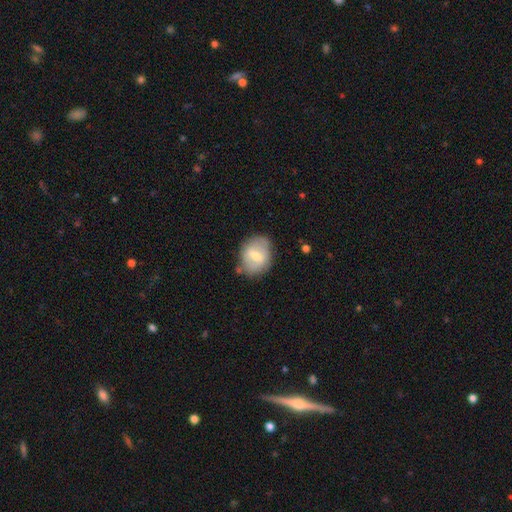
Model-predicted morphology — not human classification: type=smooth (51%); roundness=round (49%, tied with in between); merging=none (71%).